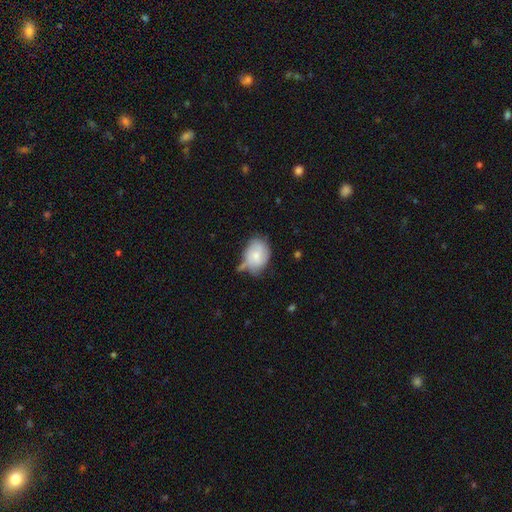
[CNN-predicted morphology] Q: Smooth or featured?
A: smooth (60%); runner-up: featured or disk (32%)
Q: How rounded?
A: in between (72%); runner-up: round (27%)
Q: Merging?
A: none (44%); runner-up: minor disturbance (36%)